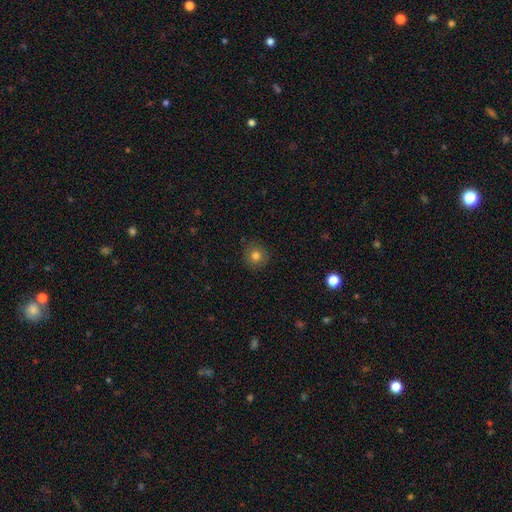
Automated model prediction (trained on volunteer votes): This appears to be a smooth galaxy with no disk features (79%) that is round (92%). Merging: none (88%).